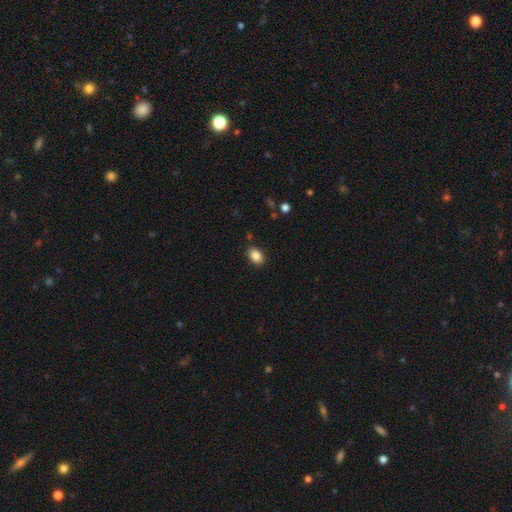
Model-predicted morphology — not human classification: Q: Smooth or featured?
A: smooth (87%); runner-up: star or artifact (8%)
Q: How rounded?
A: in between (83%); runner-up: round (16%)
Q: Merging?
A: none (87%); runner-up: minor disturbance (9%)